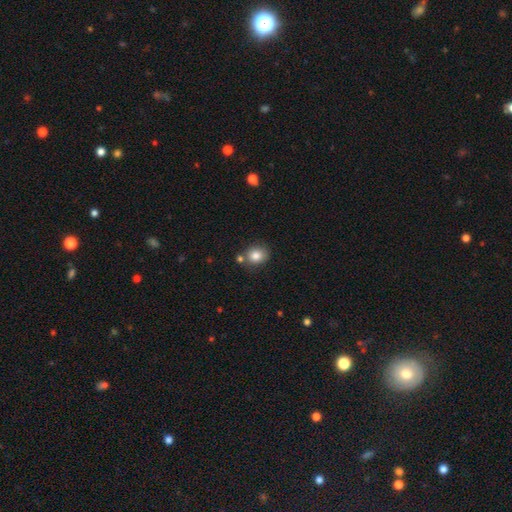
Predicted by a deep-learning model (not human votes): The model was most divided on "how rounded": round: 70%, in between: 29%, cigar-shaped: 1%. More confident: smooth or featured — smooth (82%); merging — none (72%).